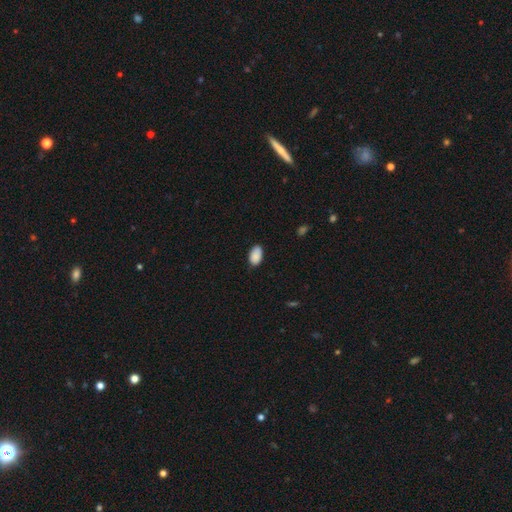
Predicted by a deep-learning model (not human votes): A smooth galaxy with no disk features (89%) that is in between round and cigar-shaped (94%). Merging: none (80%).